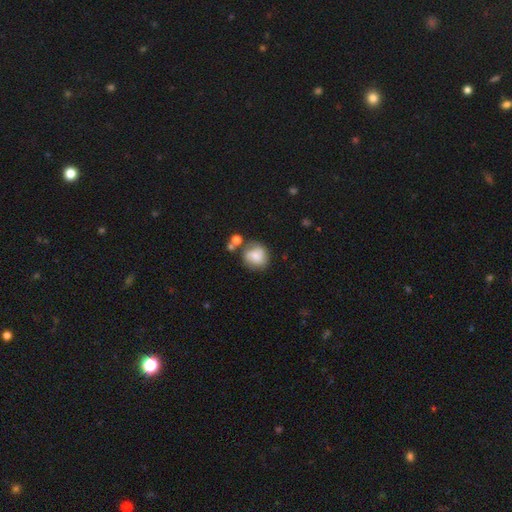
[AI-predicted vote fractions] A smooth galaxy with no disk features (57%) that is round (81%).

Vote fractions:
- Smooth or featured? smooth: 57% / featured or disk: 34% / star or artifact: 9%
- How rounded? round: 81% / in between: 18% / cigar-shaped: 1%
- Merging? none: 57% / minor disturbance: 20% / merger: 14% / major disturbance: 8%